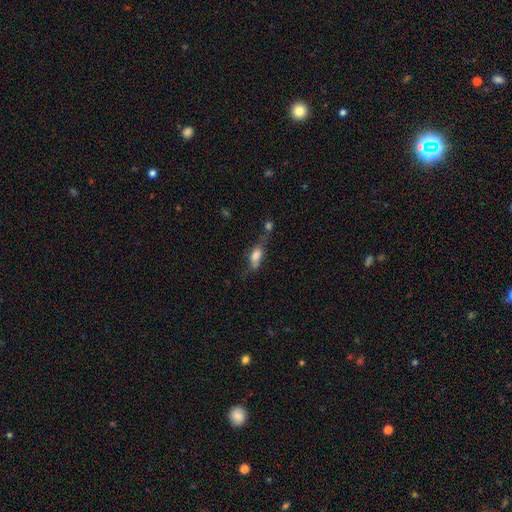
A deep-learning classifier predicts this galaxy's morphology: Smooth or featured: smooth — 63% (featured or disk — 26%)
How rounded: in between — 73% (cigar-shaped — 21%)
Merging: merger — 31% (none — 27%)